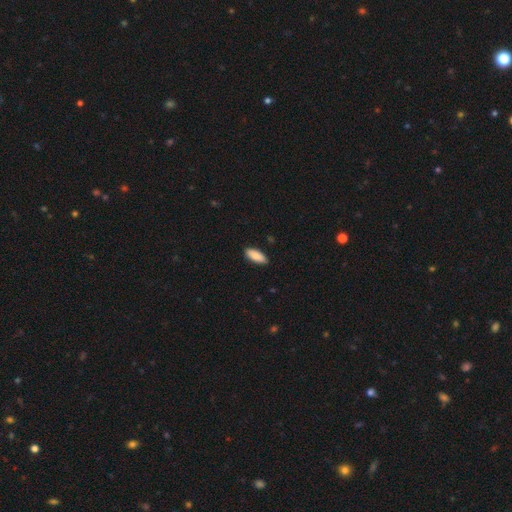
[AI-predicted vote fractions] This appears to be a smooth galaxy with no disk features (89%) that is in between round and cigar-shaped (78%). Merging: none (89%).